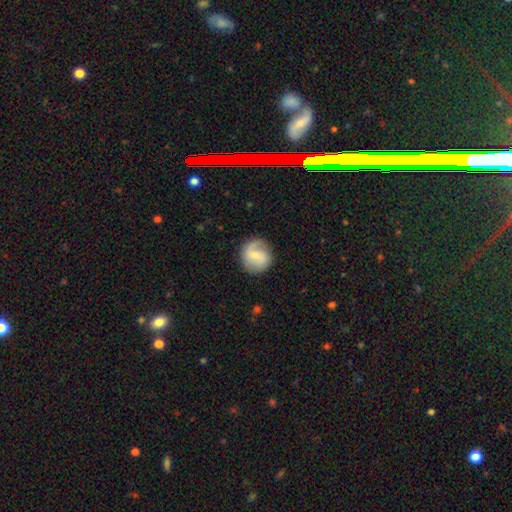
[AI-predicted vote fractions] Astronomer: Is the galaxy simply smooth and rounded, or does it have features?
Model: featured or disk — 54% (runner-up: smooth, 40%).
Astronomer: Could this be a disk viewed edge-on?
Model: no — 98%.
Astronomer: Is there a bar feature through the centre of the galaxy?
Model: weak — 52% (runner-up: no, 31%).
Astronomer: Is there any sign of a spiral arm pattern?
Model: yes — 84%.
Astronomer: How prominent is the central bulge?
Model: small — 58% (runner-up: moderate, 34%).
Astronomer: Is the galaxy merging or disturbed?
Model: none — 81%.